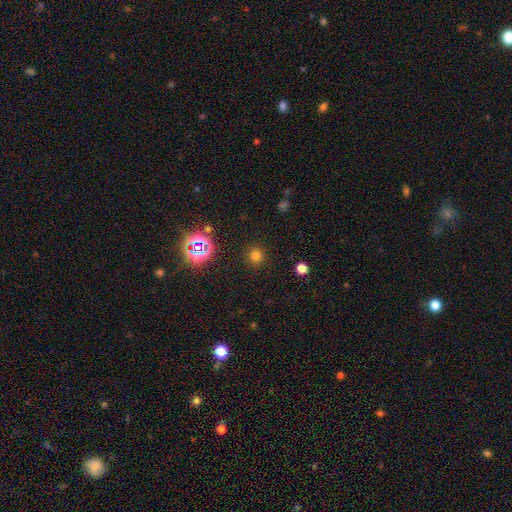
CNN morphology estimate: This is likely a smooth galaxy (71%). How rounded: clearly round (93%). Merging: clearly none (90%).